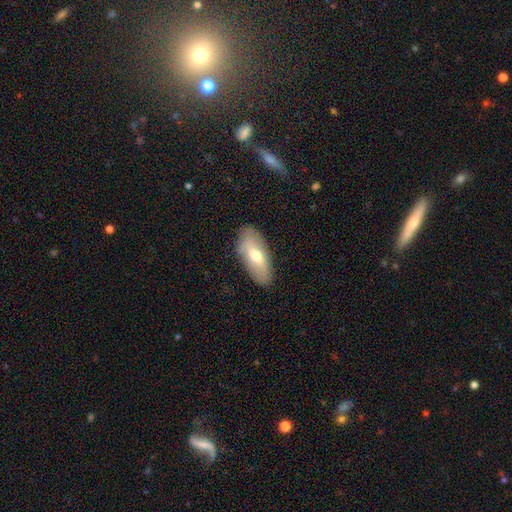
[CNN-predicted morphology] smooth_or_featured: smooth (p=0.58) [alt: featured or disk p=0.35]
how_rounded: in between (p=0.83) [alt: cigar-shaped p=0.14]
merging: none (p=0.85) [alt: minor disturbance p=0.11]